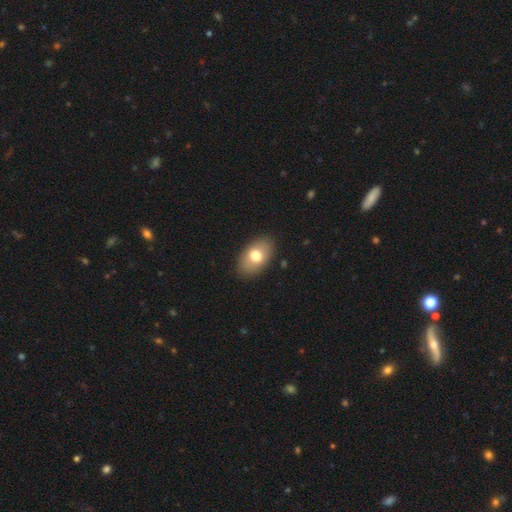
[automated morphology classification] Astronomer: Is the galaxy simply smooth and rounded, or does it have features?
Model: smooth — 73%.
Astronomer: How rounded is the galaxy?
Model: in between — 90%.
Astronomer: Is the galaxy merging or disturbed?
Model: none — 87%.